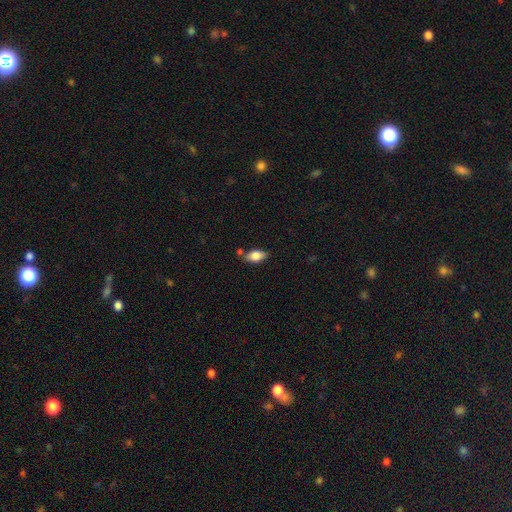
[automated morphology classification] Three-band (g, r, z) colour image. It shows a smooth galaxy with no disk features (80%) that is in between round and cigar-shaped (89%). Merging: none (72%).